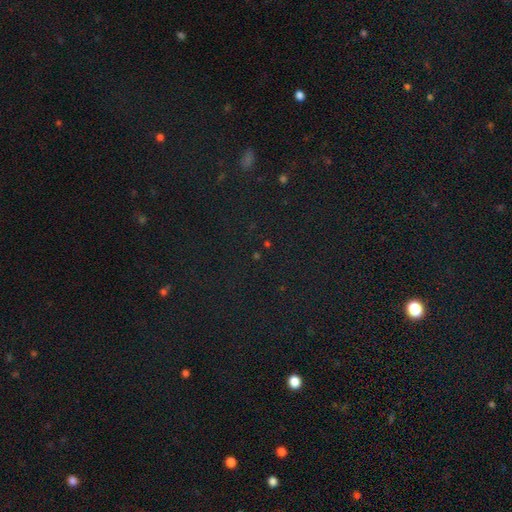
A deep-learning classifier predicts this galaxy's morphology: smooth_or_featured: star or artifact (p=0.78) [alt: smooth p=0.14]